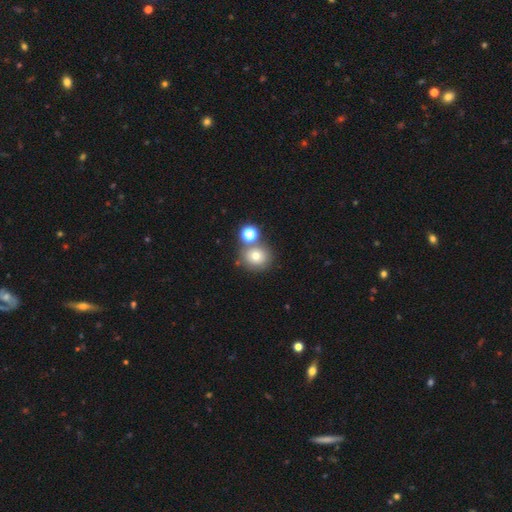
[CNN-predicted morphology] This is likely a smooth galaxy (72%). How rounded: clearly round (85%). Merging: likely none (64%).